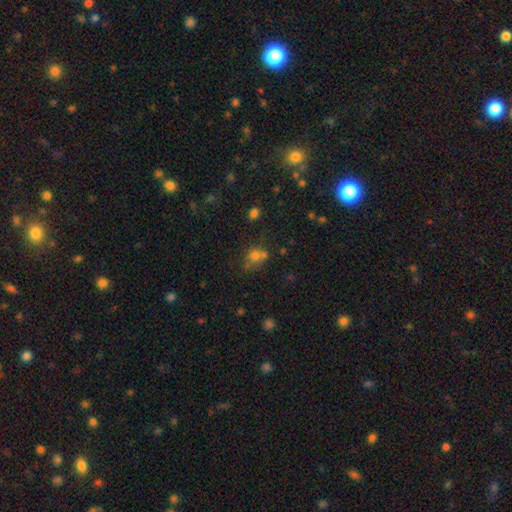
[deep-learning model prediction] This appears to be a smooth galaxy with no disk features (63%) that is round (73%). Merging: none (48%).